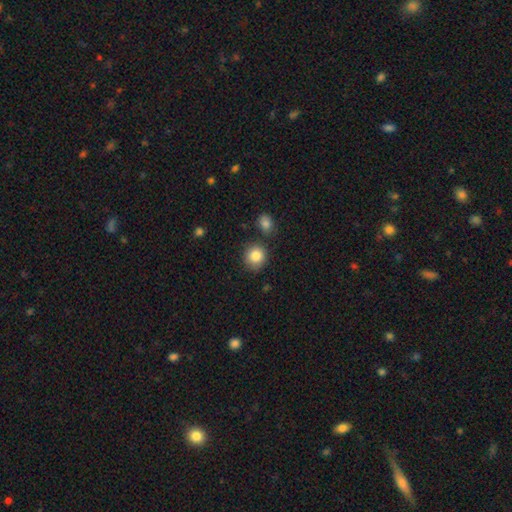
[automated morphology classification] Smooth or featured?
  - smooth: 86% *
  - star or artifact: 9%
  - featured or disk: 5%
How rounded?
  - round: 85% *
  - in between: 15%
  - cigar-shaped: 1%
Merging?
  - none: 77% *
  - minor disturbance: 13%
  - merger: 6%
  - major disturbance: 3%